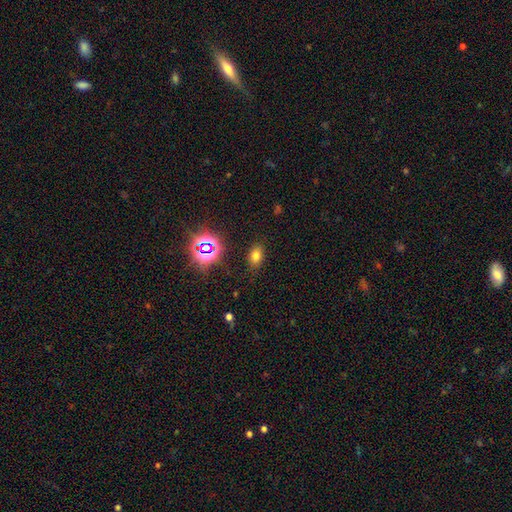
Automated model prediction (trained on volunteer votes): A smooth galaxy with no disk features (69%) that is in between round and cigar-shaped (82%). Merging: none (85%).